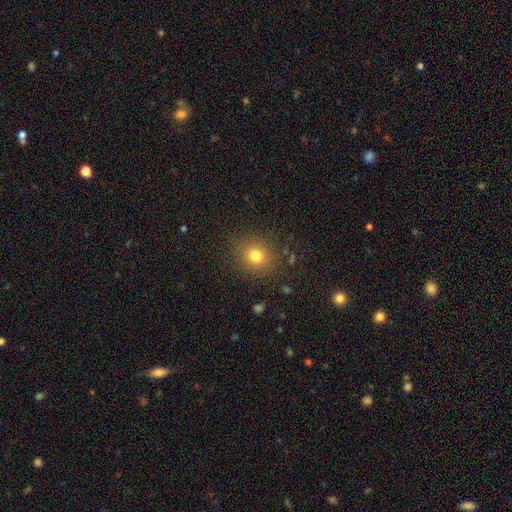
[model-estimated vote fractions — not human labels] This is likely a smooth galaxy (77%). How rounded: clearly round (83%). Merging: clearly none (86%).